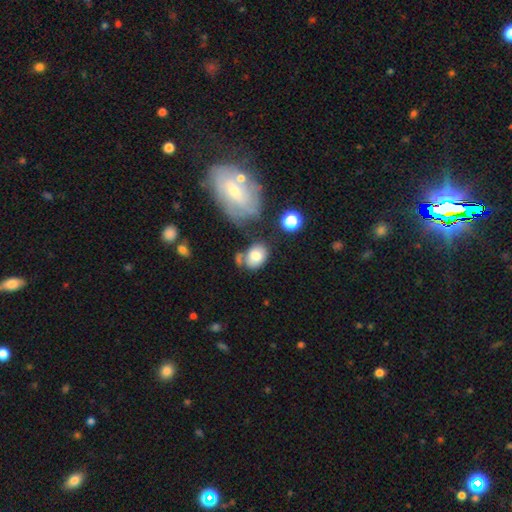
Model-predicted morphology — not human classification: A smooth galaxy with no disk features (74%) that is in between round and cigar-shaped (67%).

Vote fractions:
- Smooth or featured? smooth: 74% / featured or disk: 17% / star or artifact: 9%
- How rounded? in between: 67% / round: 32% / cigar-shaped: 1%
- Merging? none: 46% / minor disturbance: 24% / merger: 18% / major disturbance: 12%